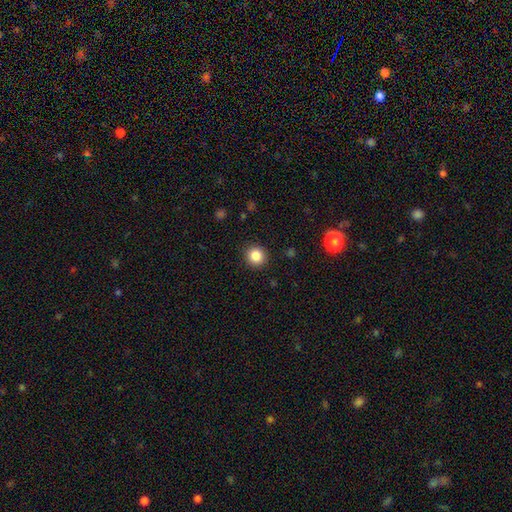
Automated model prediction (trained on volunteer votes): Smooth or featured?
  - smooth: 85% *
  - star or artifact: 11%
  - featured or disk: 4%
How rounded?
  - round: 92% *
  - in between: 7%
  - cigar-shaped: 1%
Merging?
  - none: 91% *
  - minor disturbance: 6%
  - major disturbance: 2%
  - merger: 1%